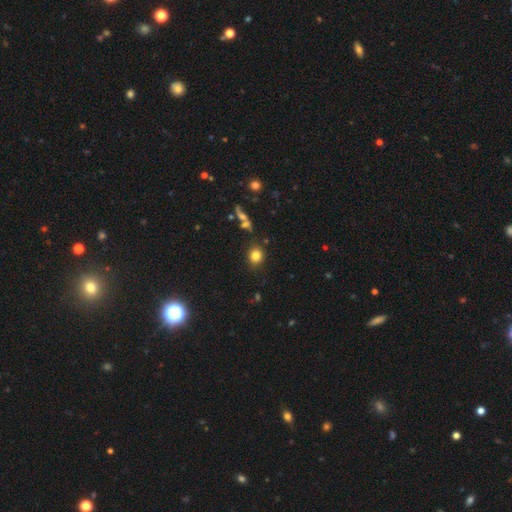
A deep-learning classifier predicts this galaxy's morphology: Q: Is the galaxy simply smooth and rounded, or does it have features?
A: smooth — 81%.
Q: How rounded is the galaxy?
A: round — 77%.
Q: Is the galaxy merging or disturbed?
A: none — 83%.